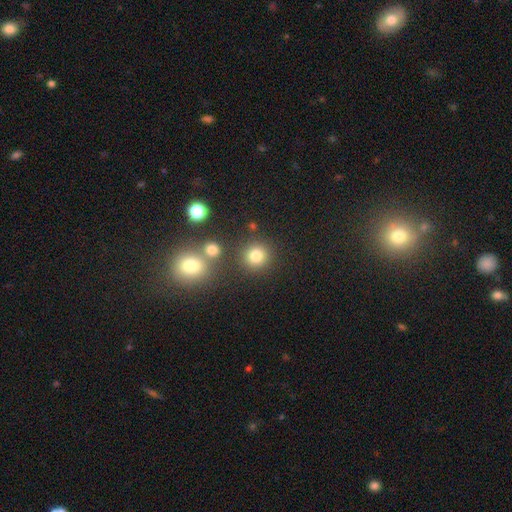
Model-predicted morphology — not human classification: A smooth galaxy with no disk features (80%) that is round (92%).

Vote fractions:
- Smooth or featured? smooth: 80% / star or artifact: 14% / featured or disk: 6%
- How rounded? round: 92% / in between: 7% / cigar-shaped: 1%
- Merging? none: 82% / merger: 7% / minor disturbance: 7% / major disturbance: 3%